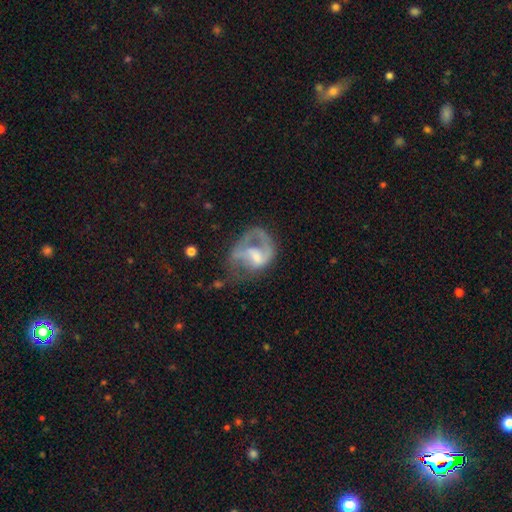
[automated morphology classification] Q: Smooth or featured?
A: featured or disk (68%); runner-up: smooth (24%)
Q: Edge-on disk?
A: no (97%); runner-up: yes (3%)
Q: Bar?
A: no (46%); runner-up: weak (42%)
Q: Spiral arms?
A: yes (67%); runner-up: no (33%)
Q: Bulge size?
A: moderate (36%); runner-up: small (32%)
Q: Merging?
A: major disturbance (42%); runner-up: none (31%)